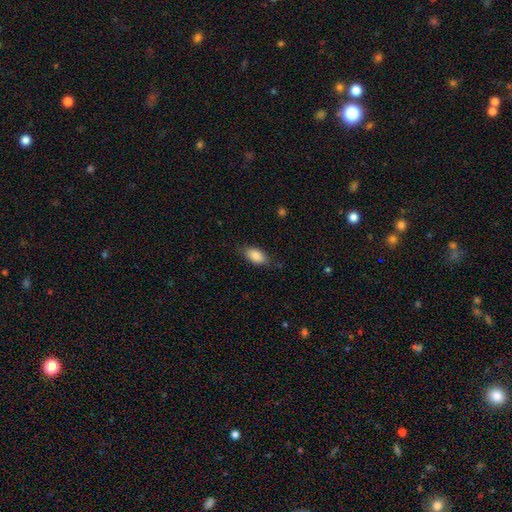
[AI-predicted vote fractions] Smooth or featured: smooth — 86% (featured or disk — 7%)
How rounded: in between — 91% (cigar-shaped — 5%)
Merging: none — 77% (minor disturbance — 18%)